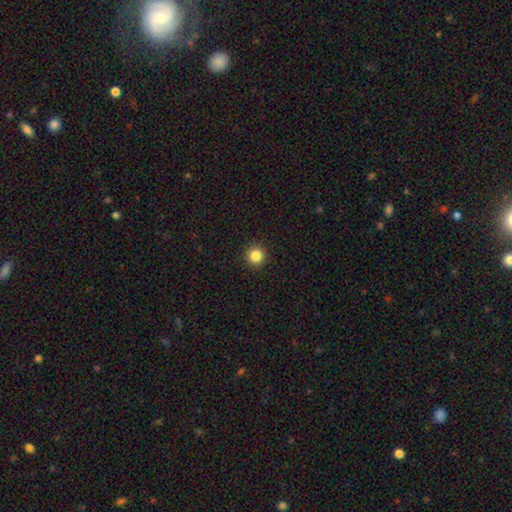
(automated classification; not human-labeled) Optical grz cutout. It shows a smooth galaxy with no disk features (85%) that is round (96%). Merging: none (94%).